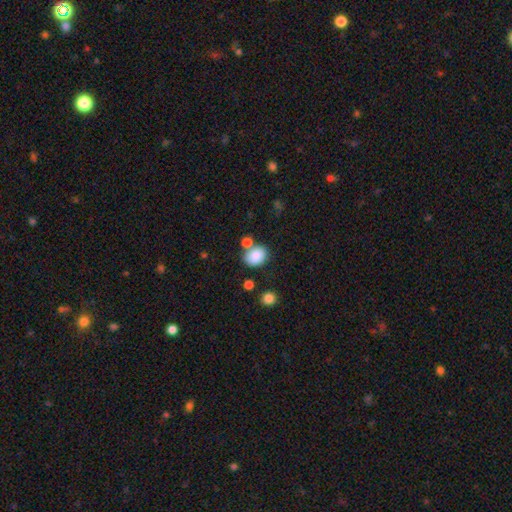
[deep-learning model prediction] smooth_or_featured: smooth (p=0.85) [alt: star or artifact p=0.09]
how_rounded: in between (p=0.58) [alt: round p=0.41]
merging: none (p=0.62) [alt: merger p=0.18]